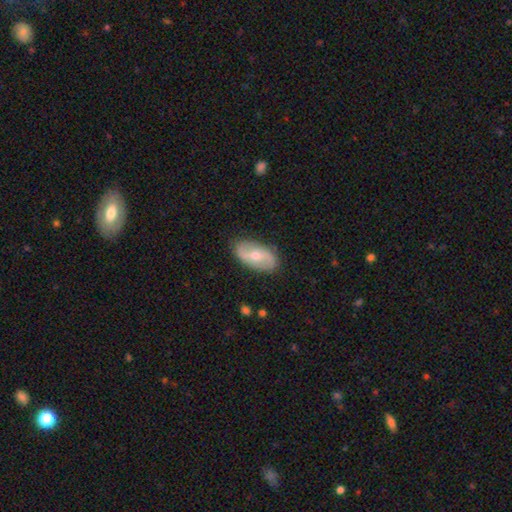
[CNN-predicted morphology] featured or disk 62%, smooth 32%, star or artifact 6%. Down the decision tree: edge-on disk — no (93%); bar — no (45%); spiral arms — yes (82%); bulge size — moderate (57%); merging — none (84%).